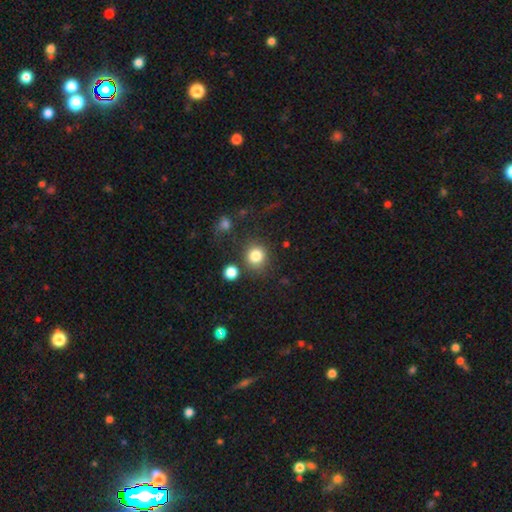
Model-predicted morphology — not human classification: Overall: smooth (83%). How rounded: round (84%). Merging: none (75%).